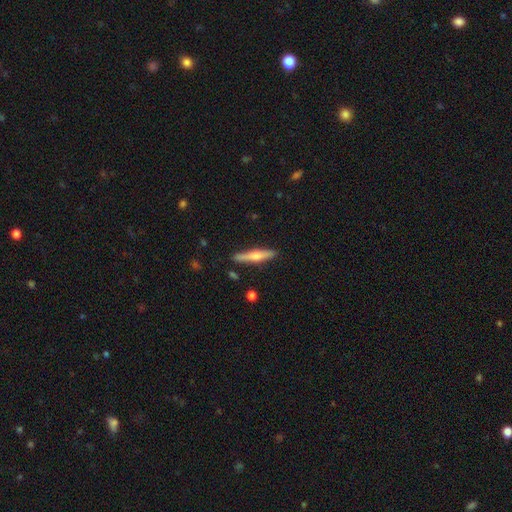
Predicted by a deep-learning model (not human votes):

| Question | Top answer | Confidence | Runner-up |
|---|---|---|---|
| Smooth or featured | featured or disk | 58% | smooth (36%) |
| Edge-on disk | yes | 96% | no (4%) |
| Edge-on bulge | rounded | 87% | none (7%) |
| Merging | none | 89% | minor disturbance (8%) |